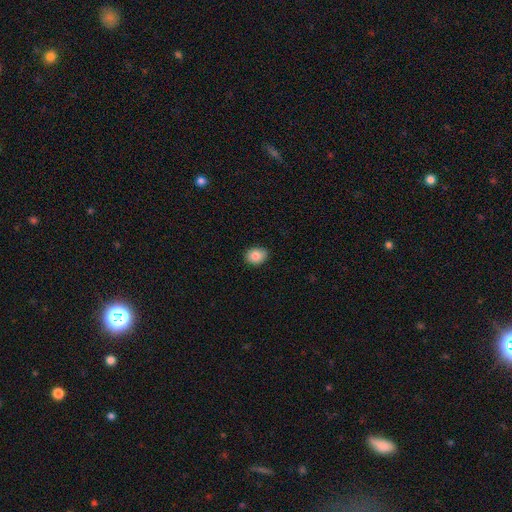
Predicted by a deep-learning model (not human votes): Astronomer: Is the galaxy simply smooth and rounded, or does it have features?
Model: smooth — 87%.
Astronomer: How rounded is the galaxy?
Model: round — 50% (runner-up: in between, 49%).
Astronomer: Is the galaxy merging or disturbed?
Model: none — 87%.